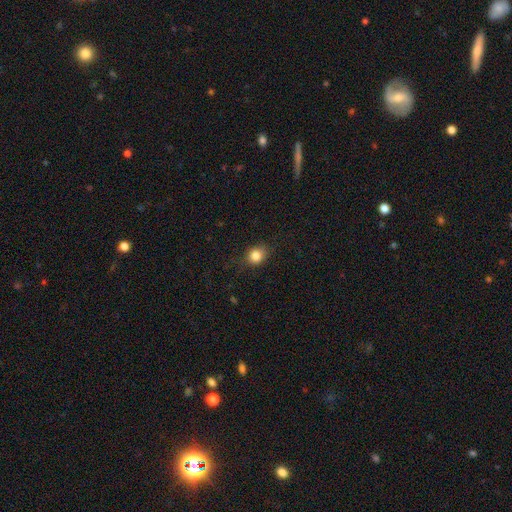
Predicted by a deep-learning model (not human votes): A smooth galaxy with no disk features (84%) that is round (67%).

Vote fractions:
- Smooth or featured? smooth: 84% / star or artifact: 11% / featured or disk: 6%
- How rounded? round: 67% / in between: 32% / cigar-shaped: 1%
- Merging? none: 81% / minor disturbance: 15% / major disturbance: 4% / merger: 1%